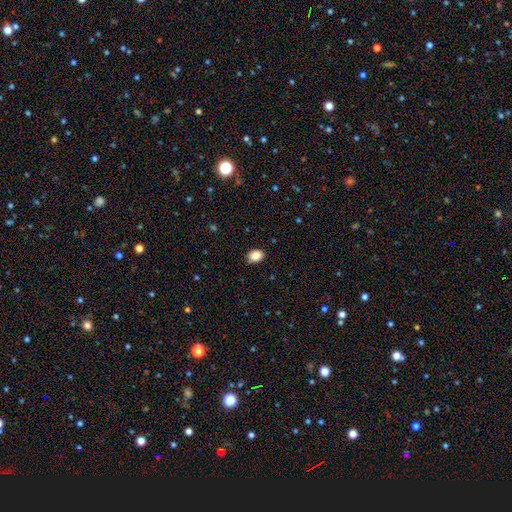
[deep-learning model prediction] This appears to be a smooth galaxy with no disk features (87%) that is in between round and cigar-shaped (70%). Merging: none (85%).